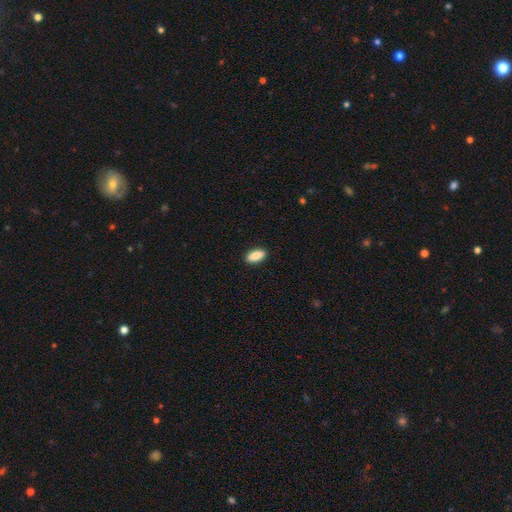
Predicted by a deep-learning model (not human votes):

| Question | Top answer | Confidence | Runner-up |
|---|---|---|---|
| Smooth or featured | smooth | 88% | star or artifact (6%) |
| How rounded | in between | 86% | cigar-shaped (11%) |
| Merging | none | 91% | minor disturbance (7%) |